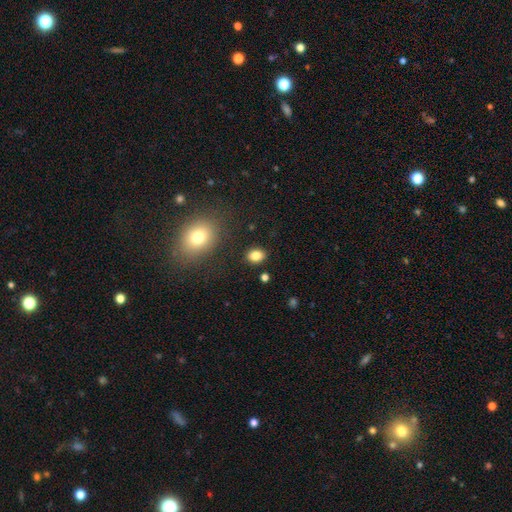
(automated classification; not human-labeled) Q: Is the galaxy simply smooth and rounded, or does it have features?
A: smooth — 83%.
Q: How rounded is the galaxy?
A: in between — 54%.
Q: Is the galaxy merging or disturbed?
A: none — 87%.